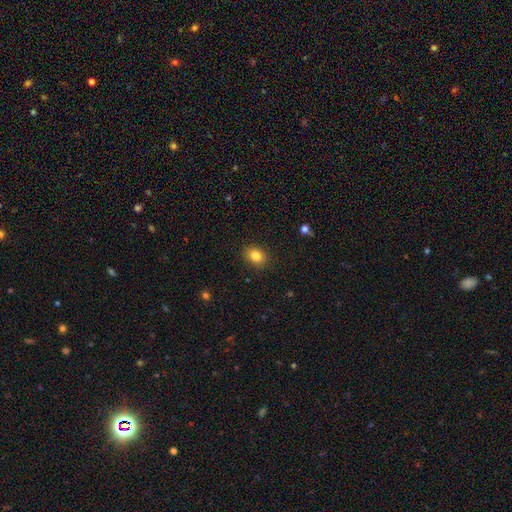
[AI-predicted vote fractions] A smooth galaxy with no disk features (83%) that is in between round and cigar-shaped (52%). Merging: none (88%).